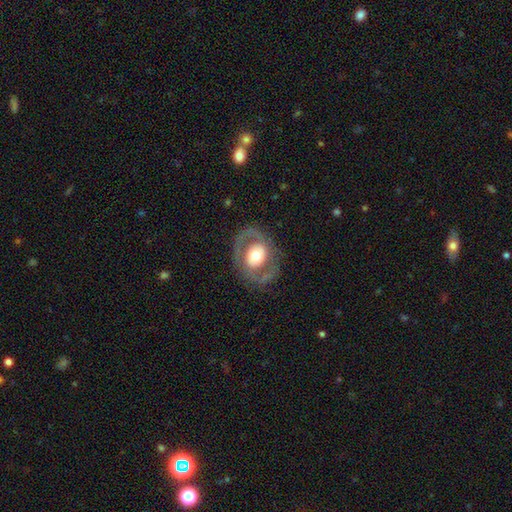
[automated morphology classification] A featured or disk galaxy (69%) with no bar (66%), spiral arms (57%) and a moderate central bulge (53%).

Vote fractions:
- Smooth or featured? featured or disk: 69% / smooth: 25% / star or artifact: 5%
- Edge-on disk? no: 96% / yes: 4%
- Bar? no: 66% / weak: 24% / strong: 10%
- Spiral arms? yes: 57% / no: 43%
- Bulge size? moderate: 53% / large: 36% / small: 6% / dominant: 4% / none: 1%
- Merging? none: 75% / minor disturbance: 13% / major disturbance: 10% / merger: 1%